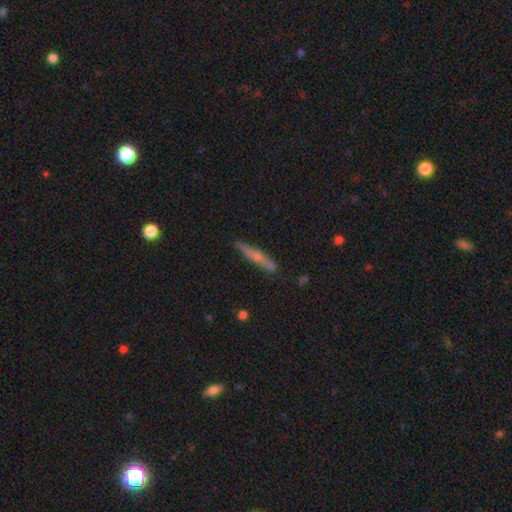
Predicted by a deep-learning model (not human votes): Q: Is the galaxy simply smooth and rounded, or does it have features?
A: smooth — 51%.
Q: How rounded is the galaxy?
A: cigar-shaped — 92%.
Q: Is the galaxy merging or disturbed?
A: none — 82%.